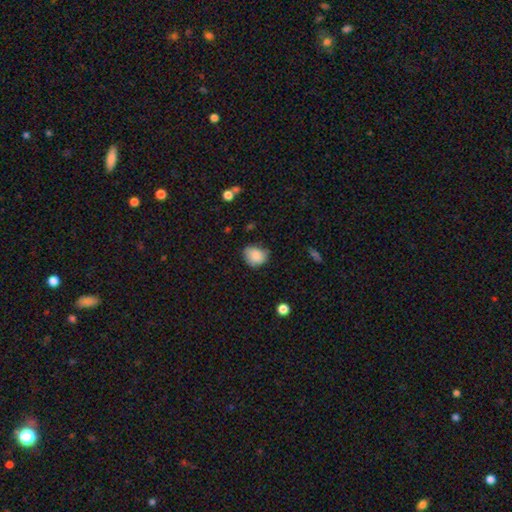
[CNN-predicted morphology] This appears to be a smooth galaxy with no disk features (84%) that is round (56%). Merging: none (58%).